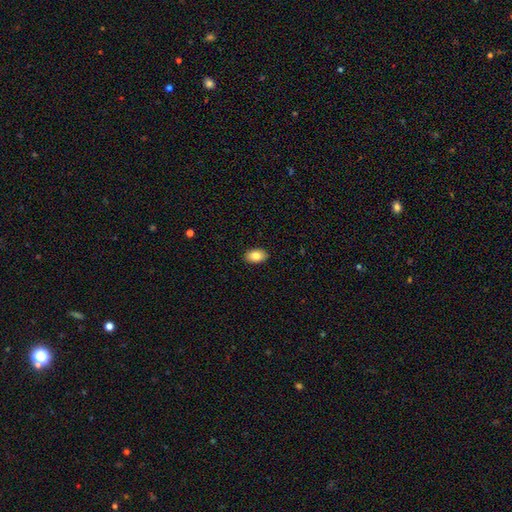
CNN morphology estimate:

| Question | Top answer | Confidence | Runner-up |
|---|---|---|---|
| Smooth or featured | smooth | 84% | featured or disk (8%) |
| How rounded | in between | 92% | round (7%) |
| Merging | none | 90% | minor disturbance (7%) |